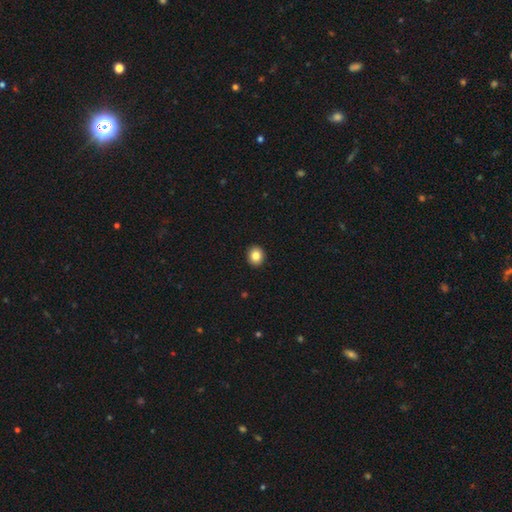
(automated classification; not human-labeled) This is clearly a smooth galaxy (85%). How rounded: likely round (78%). Merging: clearly none (93%).